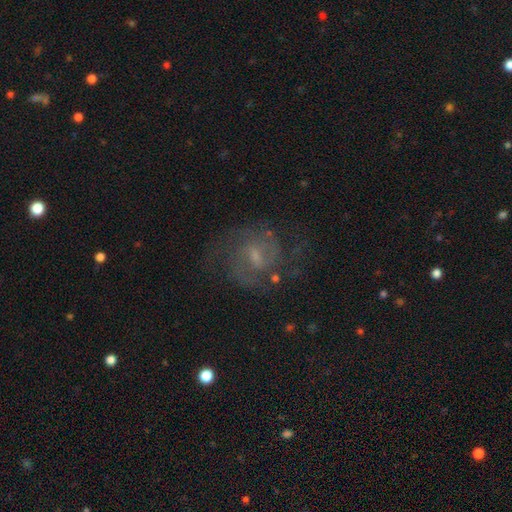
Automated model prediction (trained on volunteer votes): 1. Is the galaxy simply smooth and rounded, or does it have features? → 80% featured or disk, 11% smooth, 9% star or artifact.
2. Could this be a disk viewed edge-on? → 98% no, 2% yes.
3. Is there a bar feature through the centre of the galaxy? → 58% weak, 31% no, 10% strong.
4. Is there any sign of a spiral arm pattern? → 93% yes, 7% no.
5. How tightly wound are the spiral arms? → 51% medium, 33% tight, 16% loose.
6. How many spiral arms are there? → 62% 2, 18% can't tell, 11% 3, 4% 1, 3% 4, 3% more than 4.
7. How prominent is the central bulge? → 55% small, 32% moderate, 10% none, 2% large, 1% dominant.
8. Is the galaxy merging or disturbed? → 68% none, 17% minor disturbance, 13% major disturbance, 2% merger.